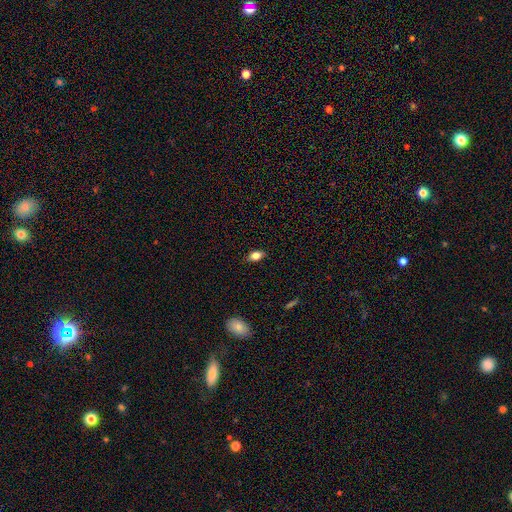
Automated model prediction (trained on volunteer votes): smooth_or_featured: smooth (p=0.81) [alt: featured or disk p=0.10]
how_rounded: in between (p=0.84) [alt: round p=0.11]
merging: none (p=0.84) [alt: minor disturbance p=0.12]